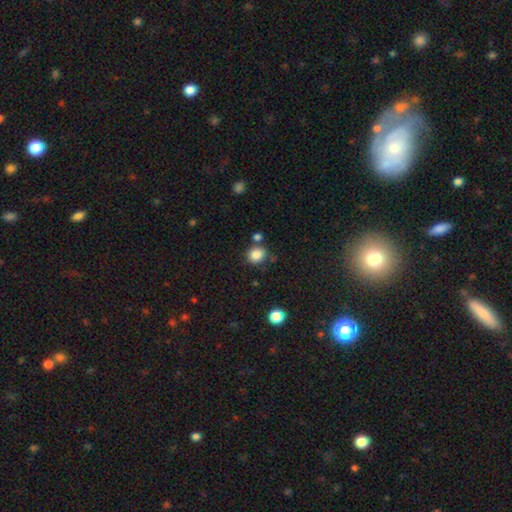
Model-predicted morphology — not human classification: Overall: smooth (85%). How rounded: round (74%). Merging: none (73%).